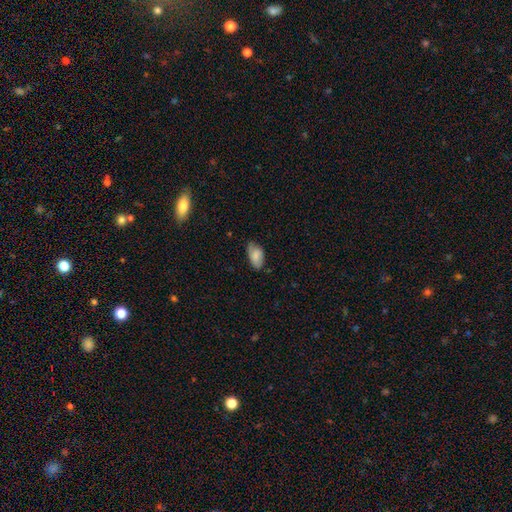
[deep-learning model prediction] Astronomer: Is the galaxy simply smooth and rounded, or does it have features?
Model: smooth — 79%.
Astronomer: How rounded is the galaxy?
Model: in between — 94%.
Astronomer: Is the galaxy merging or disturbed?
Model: none — 64%.